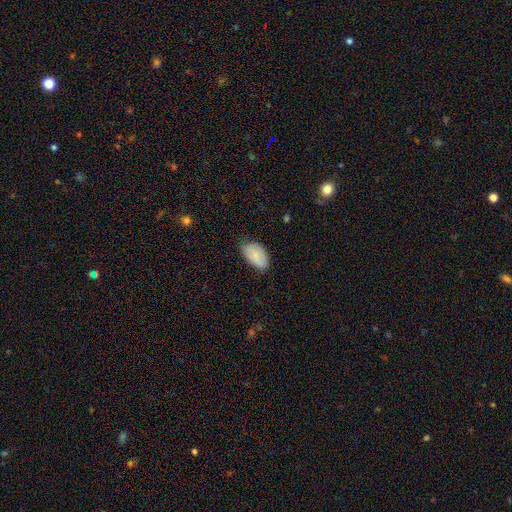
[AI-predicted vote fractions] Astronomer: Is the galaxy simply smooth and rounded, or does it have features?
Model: smooth — 84%.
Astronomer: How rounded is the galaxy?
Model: in between — 94%.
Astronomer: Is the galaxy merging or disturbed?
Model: none — 64%.